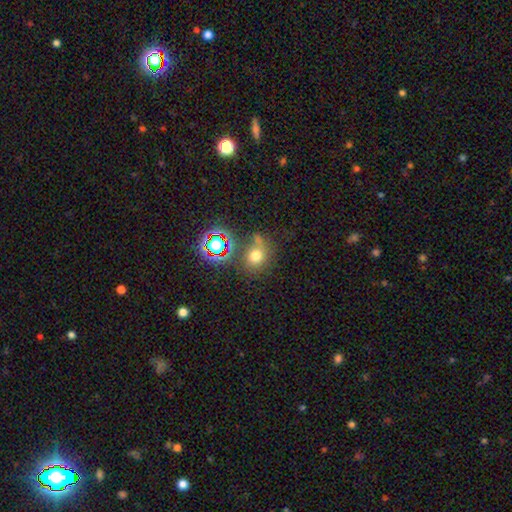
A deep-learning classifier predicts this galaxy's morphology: smooth-or-featured: smooth: 64% | star or artifact: 25% | featured or disk: 11%
  how-rounded: round: 72% | in between: 27% | cigar-shaped: 1%
  merging: none: 65% | merger: 14% | minor disturbance: 14% | major disturbance: 7%